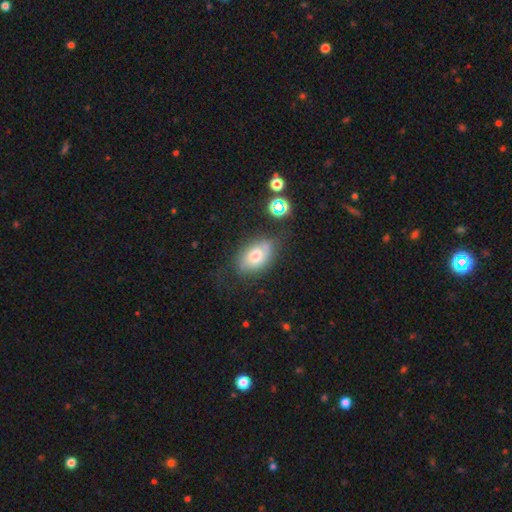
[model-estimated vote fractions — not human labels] smooth_or_featured: smooth (p=0.59) [alt: featured or disk p=0.29]
how_rounded: in between (p=0.83) [alt: round p=0.15]
merging: none (p=0.62) [alt: minor disturbance p=0.24]